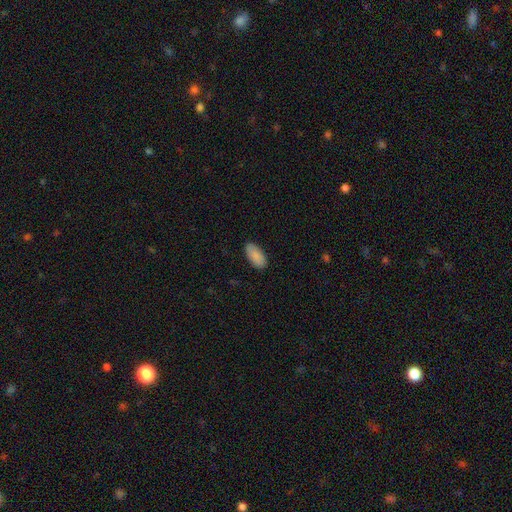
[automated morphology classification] smooth 89%, star or artifact 6%, featured or disk 5%. Down the decision tree: how rounded — in between (92%); merging — none (87%).